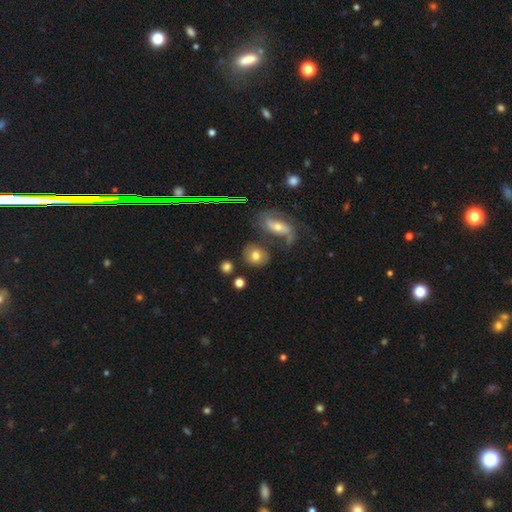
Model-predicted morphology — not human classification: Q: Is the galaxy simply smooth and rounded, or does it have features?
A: smooth — 68%.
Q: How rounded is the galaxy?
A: round — 65%.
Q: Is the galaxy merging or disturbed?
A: none — 63%.